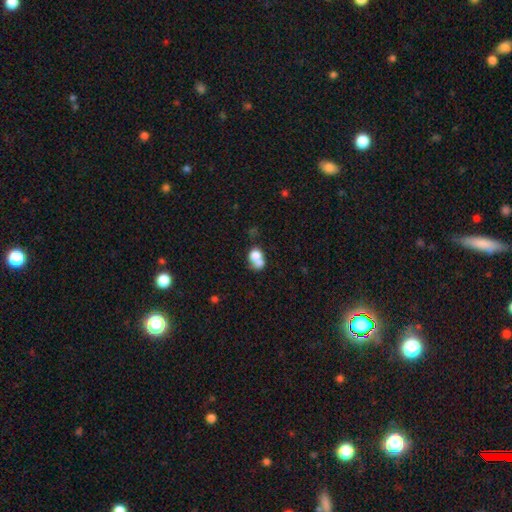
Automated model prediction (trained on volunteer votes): A smooth galaxy with no disk features (72%) that is round (55%). Merging: merger (62%).